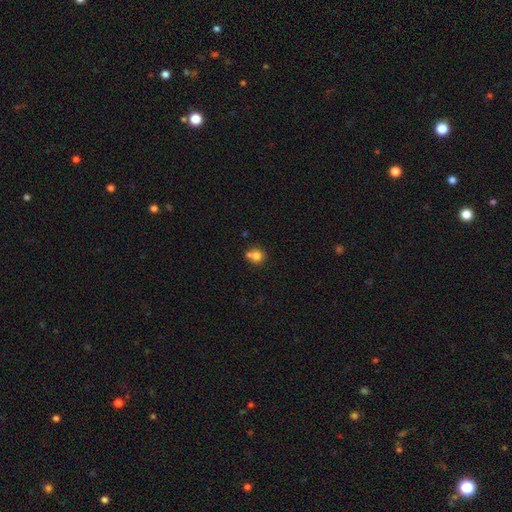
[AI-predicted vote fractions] Overall: smooth (77%). How rounded: round (86%). Merging: none (50%; merger 38%).